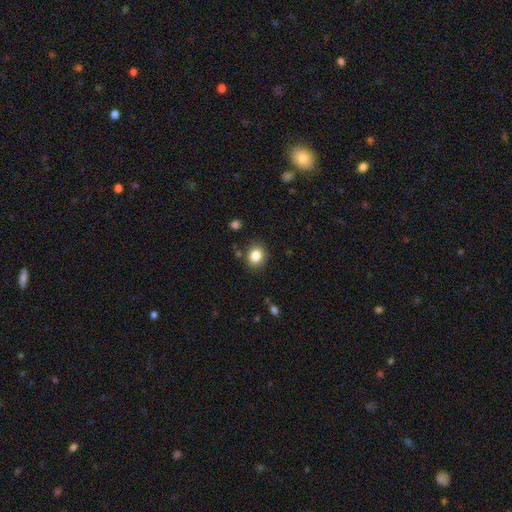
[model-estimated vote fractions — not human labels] Overall: smooth (84%). How rounded: round (65%; in between 34%). Merging: none (85%).